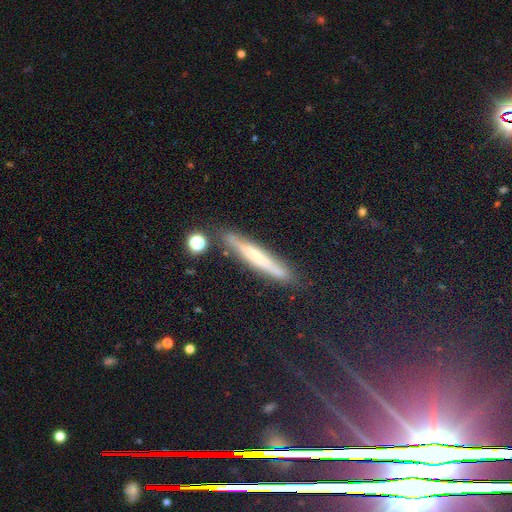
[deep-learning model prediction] Smooth or featured? featured or disk (47%)
Merging? none (82%)